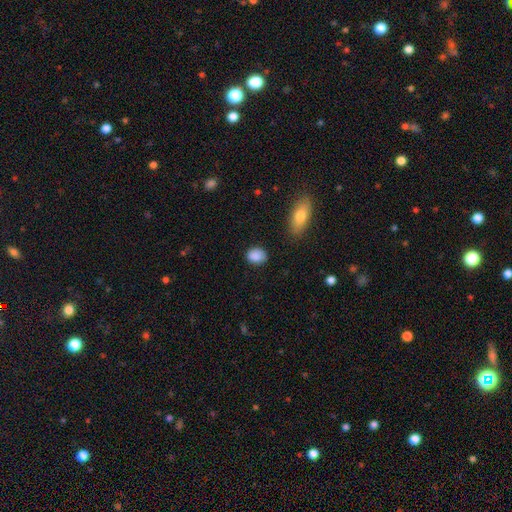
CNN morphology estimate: A smooth galaxy with no disk features (88%) that is in between round and cigar-shaped (58%). Merging: none (80%).